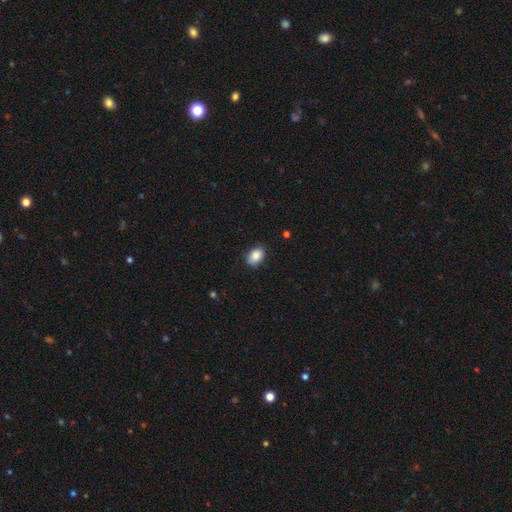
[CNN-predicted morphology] Q: Smooth or featured?
A: smooth (87%); runner-up: star or artifact (8%)
Q: How rounded?
A: in between (82%); runner-up: round (17%)
Q: Merging?
A: none (84%); runner-up: minor disturbance (13%)